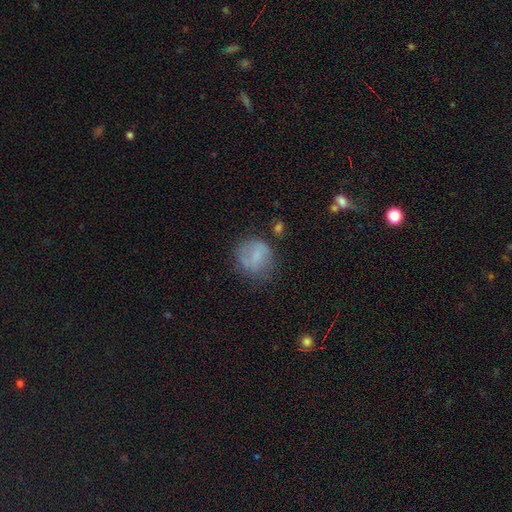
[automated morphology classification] Overall: smooth (62%; featured or disk 28%). How rounded: round (74%). Merging: none (57%; minor disturbance 25%).